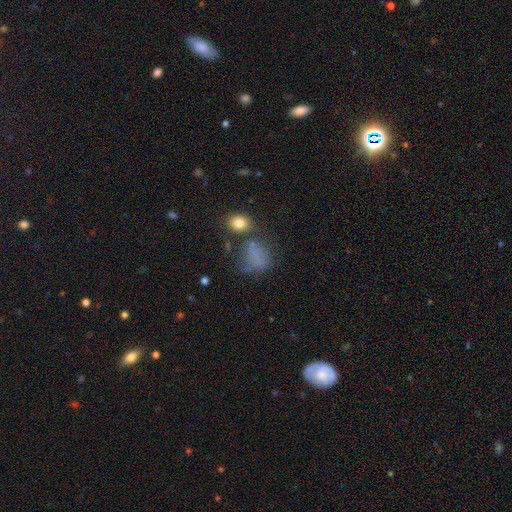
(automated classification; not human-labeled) Smooth or featured? Predicted: smooth (p=0.68). How rounded? Predicted: in between (p=0.60). Merging? Predicted: none (p=0.45).